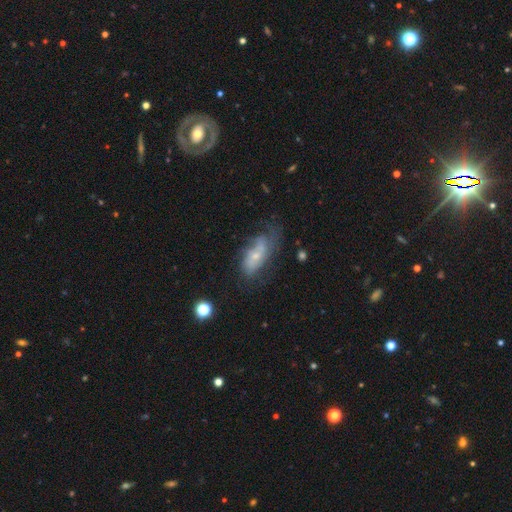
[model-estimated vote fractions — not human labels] smooth-or-featured: featured or disk: 57% | smooth: 34% | star or artifact: 9%
  disk-edge-on: no: 88% | yes: 12%
    bar: no: 75% | weak: 20% | strong: 5%
    has-spiral-arms: yes: 67% | no: 33%
    bulge-size: small: 67% | moderate: 26% | none: 4% | large: 2% | dominant: 1%
  merging: none: 44% | minor disturbance: 29% | major disturbance: 22% | merger: 5%